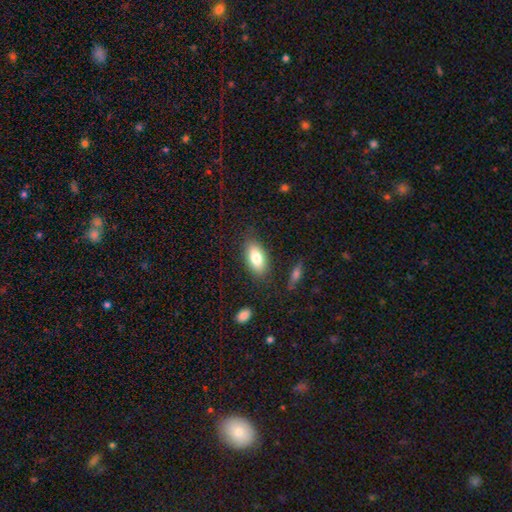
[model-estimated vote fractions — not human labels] Smooth or featured? Predicted: smooth (p=0.71). How rounded? Predicted: in between (p=0.86). Merging? Predicted: none (p=0.86).